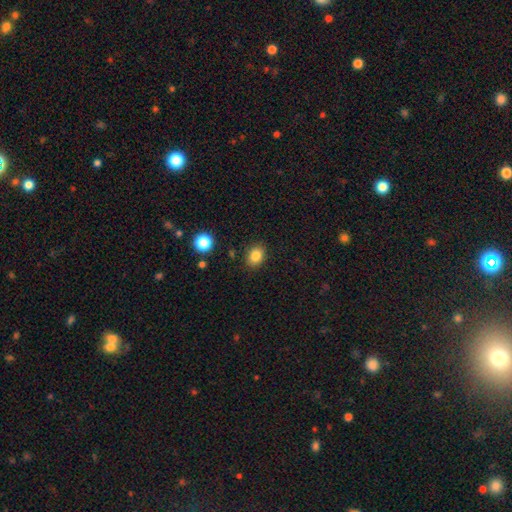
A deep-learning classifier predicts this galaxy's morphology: smooth_or_featured: smooth (p=0.84) [alt: star or artifact p=0.11]
how_rounded: in between (p=0.55) [alt: round p=0.44]
merging: none (p=0.87) [alt: minor disturbance p=0.09]